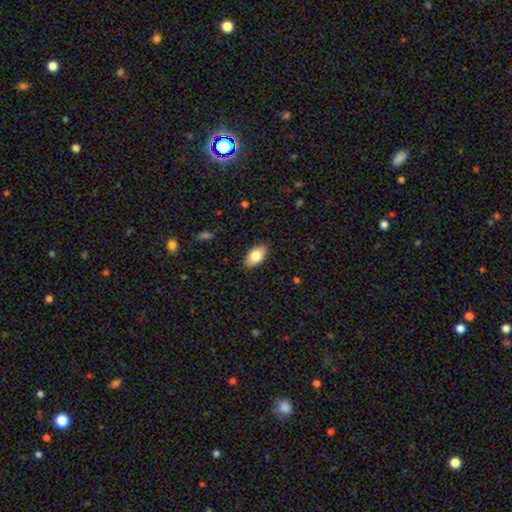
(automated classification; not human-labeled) Morphology: type=smooth (80%); roundness=in between (93%); merging=none (88%).